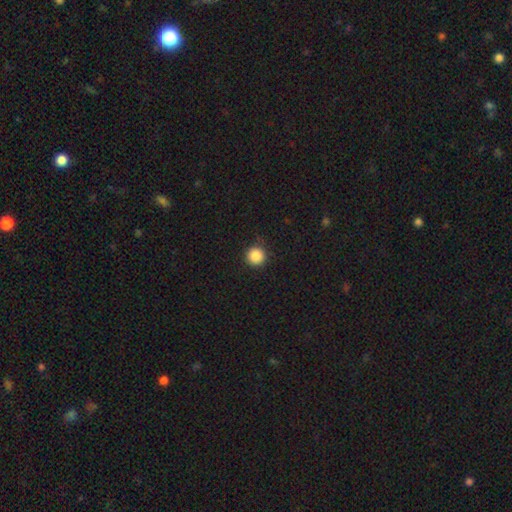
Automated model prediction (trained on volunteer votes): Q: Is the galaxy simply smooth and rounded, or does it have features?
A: smooth — 87%.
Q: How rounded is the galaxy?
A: round — 96%.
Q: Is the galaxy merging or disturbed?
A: none — 89%.